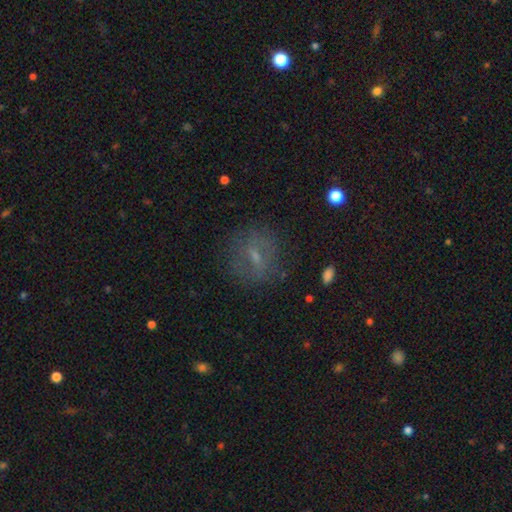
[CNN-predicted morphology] This is marginally a smooth galaxy (42%). Merging: likely none (76%).